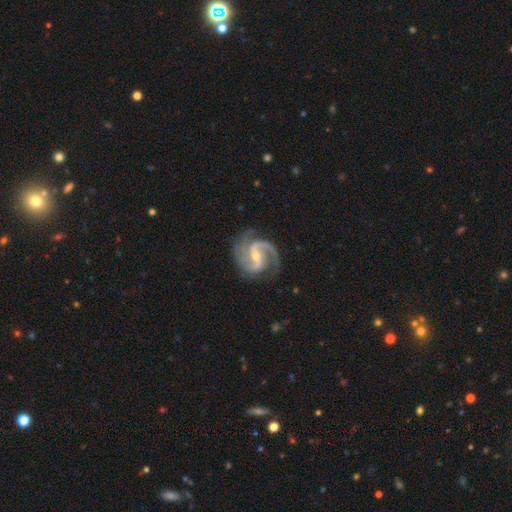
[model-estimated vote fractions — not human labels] smooth_or_featured: featured or disk (p=0.93) [alt: star or artifact p=0.04]
disk_edge_on: no (p=0.98) [alt: yes p=0.02]
bar: weak (p=0.46) [alt: strong p=0.33]
has_spiral_arms: yes (p=0.99) [alt: no p=0.01]
spiral_winding: medium (p=0.63) [alt: tight p=0.21]
spiral_arm_count: 2 (p=0.70) [alt: 3 p=0.19]
bulge_size: small (p=0.60) [alt: moderate p=0.37]
merging: none (p=0.76) [alt: minor disturbance p=0.16]